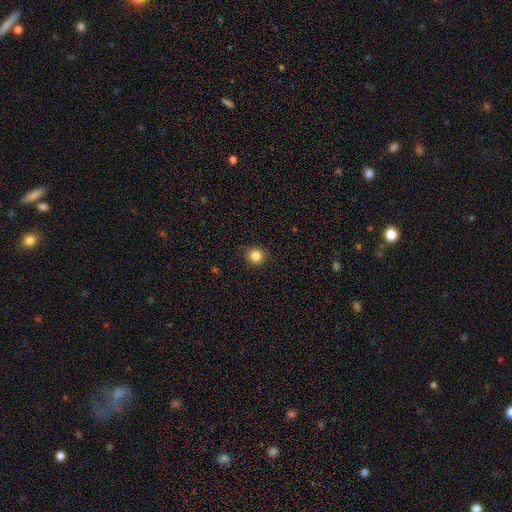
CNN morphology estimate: Overall: smooth (84%). How rounded: round (89%). Merging: none (91%).